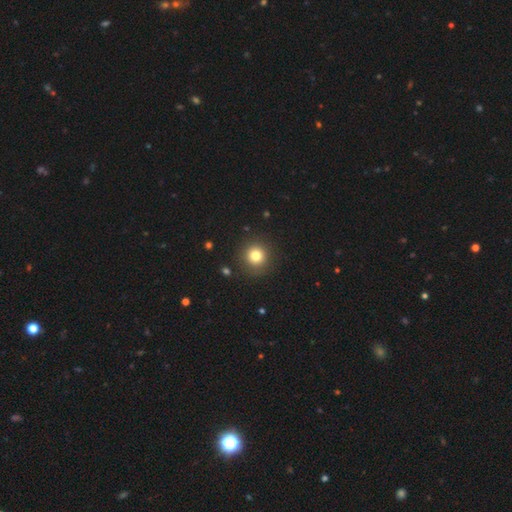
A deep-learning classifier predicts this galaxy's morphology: Q: Smooth or featured?
A: smooth (80%); runner-up: star or artifact (12%)
Q: How rounded?
A: round (94%); runner-up: in between (5%)
Q: Merging?
A: none (89%); runner-up: minor disturbance (6%)